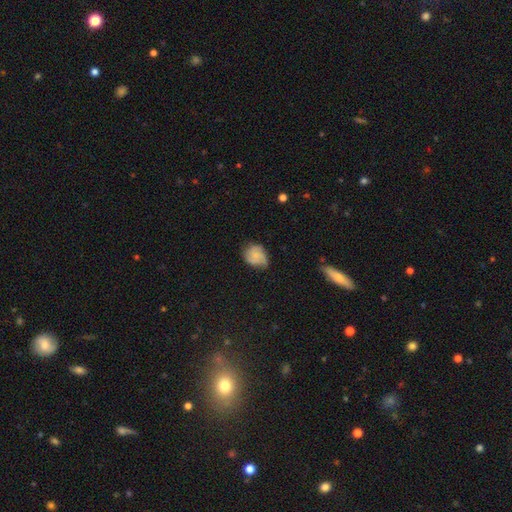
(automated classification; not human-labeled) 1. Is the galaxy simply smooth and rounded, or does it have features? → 56% smooth, 34% featured or disk, 9% star or artifact.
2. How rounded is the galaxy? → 50% round, 49% in between, 1% cigar-shaped.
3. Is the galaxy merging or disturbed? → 56% none, 33% minor disturbance, 9% major disturbance, 2% merger.